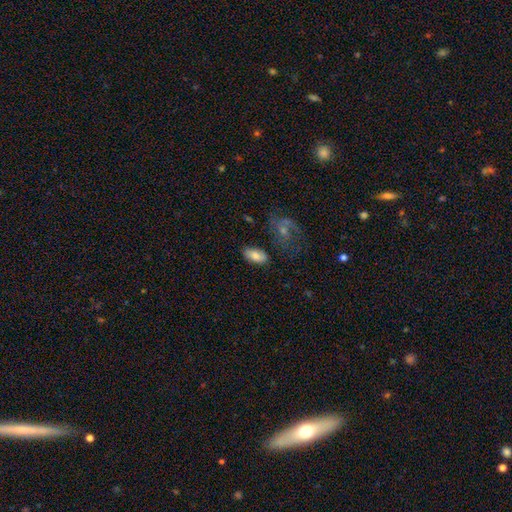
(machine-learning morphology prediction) The model was most divided on "merging": none: 77%, minor disturbance: 14%, merger: 5%, major disturbance: 4%. More confident: how rounded — in between (92%); smooth or featured — smooth (80%).